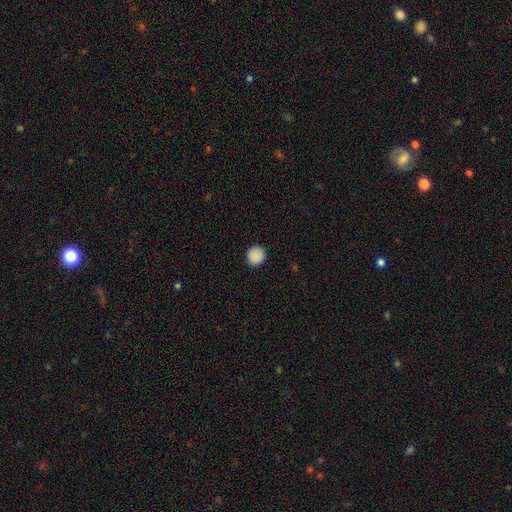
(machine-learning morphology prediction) Smooth or featured?
  - smooth: 89% *
  - star or artifact: 9%
  - featured or disk: 2%
How rounded?
  - round: 93% *
  - in between: 6%
  - cigar-shaped: 1%
Merging?
  - none: 92% *
  - minor disturbance: 5%
  - major disturbance: 2%
  - merger: 1%